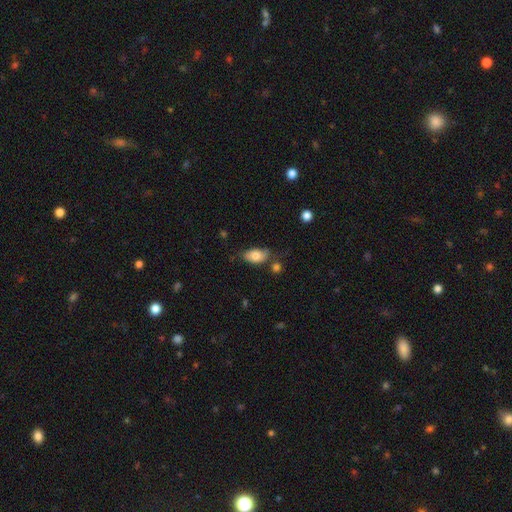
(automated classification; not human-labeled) Smooth or featured? smooth (78%)
How rounded? in between (91%)
Merging? none (65%)